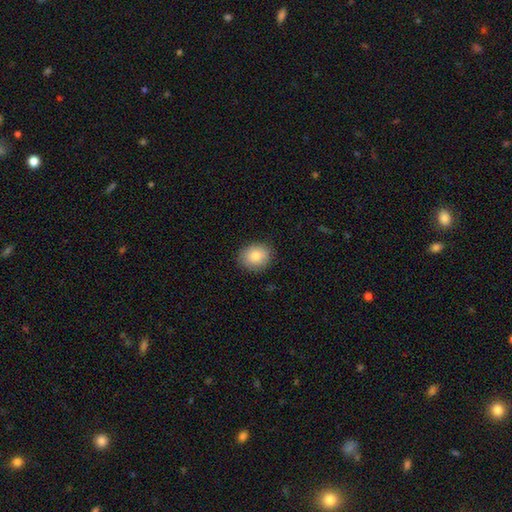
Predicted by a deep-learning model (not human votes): This is clearly a smooth galaxy (84%). How rounded: possibly round (55%). Merging: clearly none (87%).